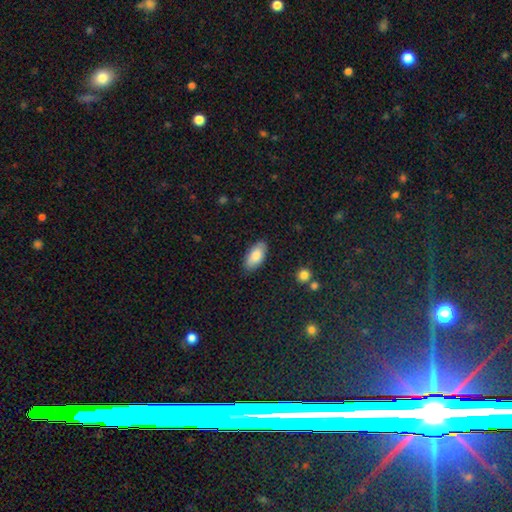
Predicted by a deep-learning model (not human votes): Overall: smooth (83%). How rounded: in between (92%). Merging: none (84%).